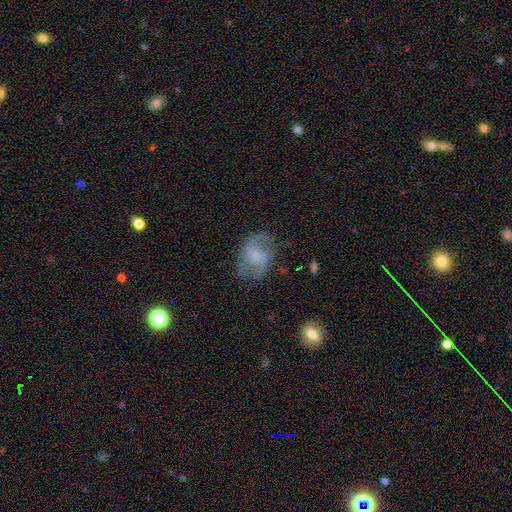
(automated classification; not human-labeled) A featured or disk galaxy (60%) with a weak bar (44%), spiral arms (78%) and no central bulge (42%). Merging: none (64%).